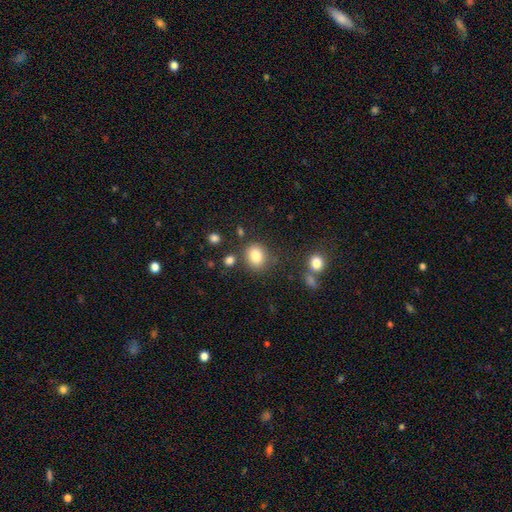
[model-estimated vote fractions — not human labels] smooth_or_featured: smooth (p=0.83) [alt: star or artifact p=0.10]
how_rounded: round (p=0.58) [alt: in between p=0.41]
merging: none (p=0.77) [alt: minor disturbance p=0.13]